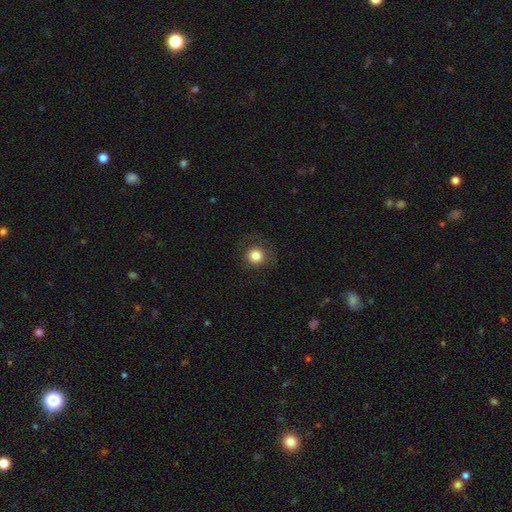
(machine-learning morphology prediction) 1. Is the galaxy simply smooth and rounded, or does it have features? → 81% smooth, 11% star or artifact, 8% featured or disk.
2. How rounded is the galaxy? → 93% round, 6% in between, 1% cigar-shaped.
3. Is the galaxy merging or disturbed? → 83% none, 11% minor disturbance, 6% major disturbance, 1% merger.